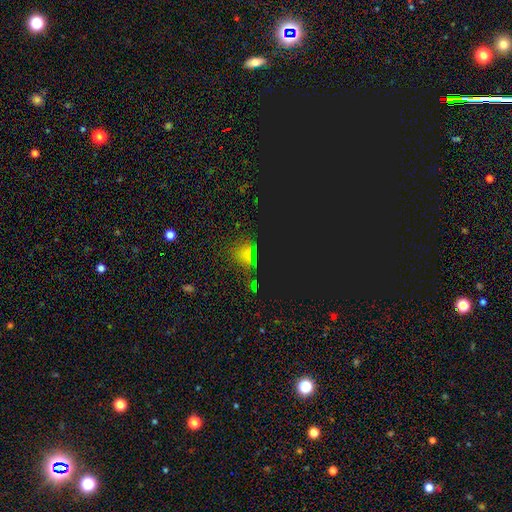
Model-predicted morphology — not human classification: This appears to be a star or artifact, not a galaxy (67%).